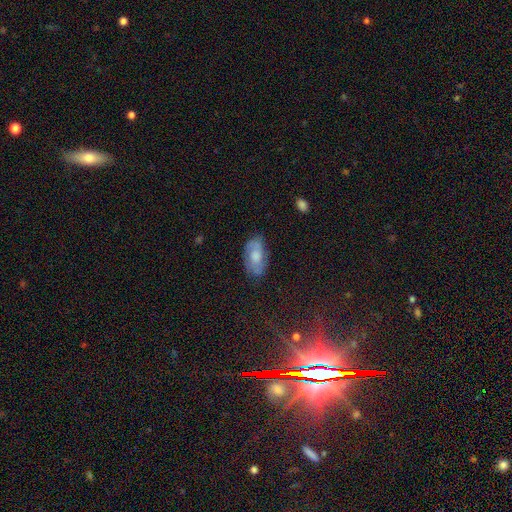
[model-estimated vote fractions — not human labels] A smooth galaxy with no disk features (47%).

Vote fractions:
- Smooth or featured? smooth: 47% / featured or disk: 45% / star or artifact: 8%
- Merging? none: 73% / minor disturbance: 20% / major disturbance: 6% / merger: 2%